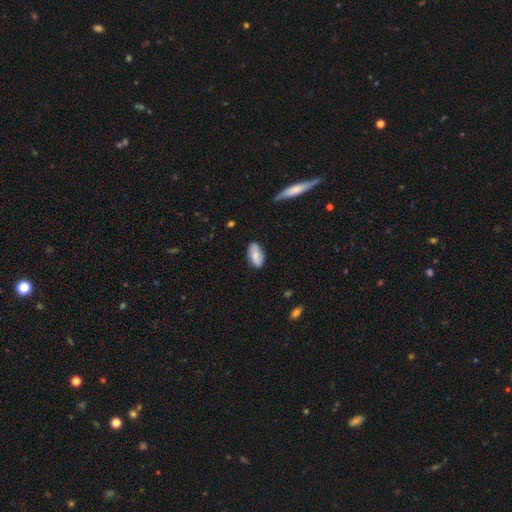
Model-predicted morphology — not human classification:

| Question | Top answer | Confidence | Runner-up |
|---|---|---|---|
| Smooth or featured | smooth | 75% | featured or disk (18%) |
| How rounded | in between | 93% | cigar-shaped (4%) |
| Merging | none | 81% | minor disturbance (15%) |